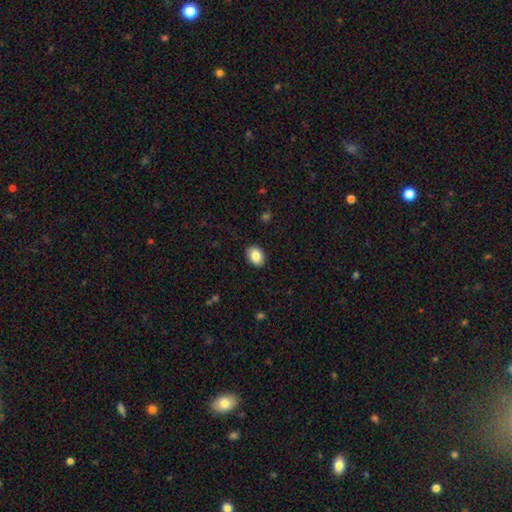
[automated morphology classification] Q: Smooth or featured?
A: smooth (87%); runner-up: star or artifact (7%)
Q: How rounded?
A: in between (75%); runner-up: round (24%)
Q: Merging?
A: none (89%); runner-up: minor disturbance (8%)